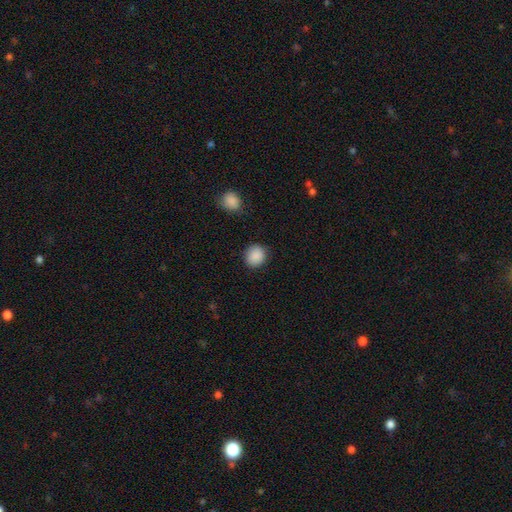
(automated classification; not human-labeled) Overall: smooth (89%). How rounded: round (84%). Merging: none (88%).